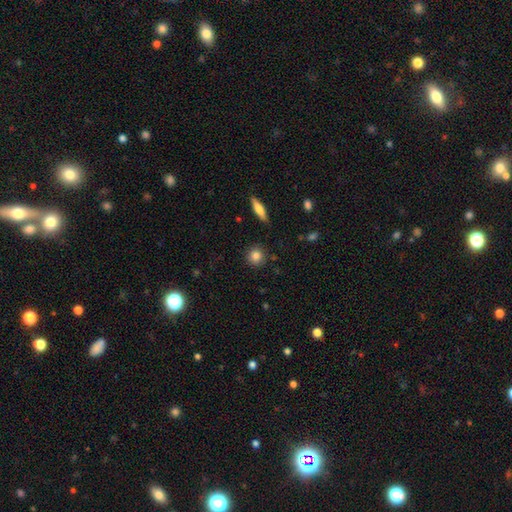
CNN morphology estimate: Smooth or featured? smooth (83%)
How rounded? round (89%)
Merging? none (88%)